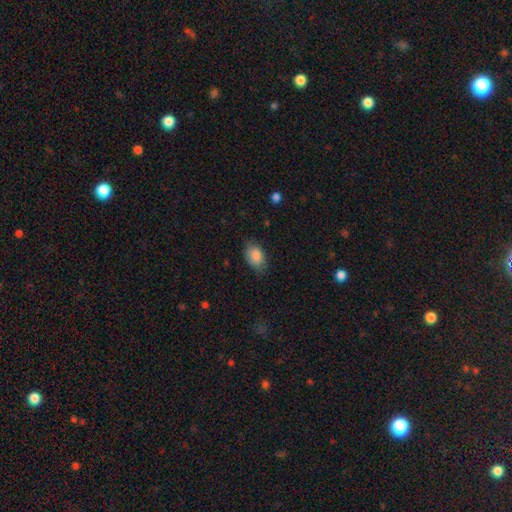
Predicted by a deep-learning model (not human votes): This appears to be a smooth galaxy with no disk features (87%) that is in between round and cigar-shaped (82%). Merging: none (72%).